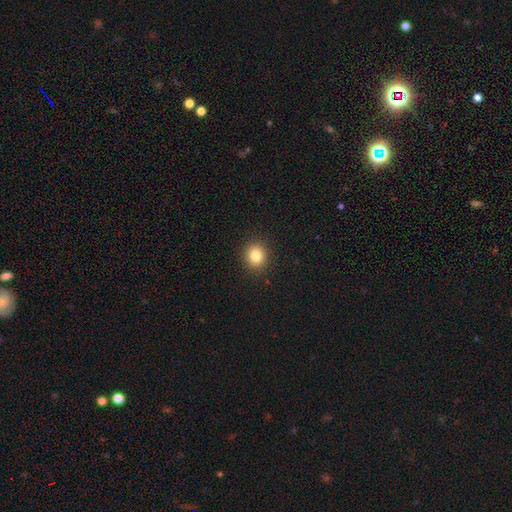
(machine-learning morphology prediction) Smooth or featured: smooth — 82% (star or artifact — 11%)
How rounded: round — 82% (in between — 17%)
Merging: none — 91% (minor disturbance — 6%)